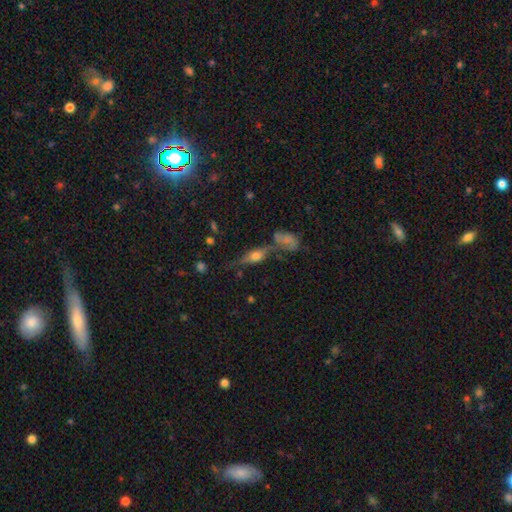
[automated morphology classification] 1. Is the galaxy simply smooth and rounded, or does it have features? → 60% featured or disk, 29% smooth, 11% star or artifact.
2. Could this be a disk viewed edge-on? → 87% yes, 13% no.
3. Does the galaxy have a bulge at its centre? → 92% rounded, 6% boxy, 2% none.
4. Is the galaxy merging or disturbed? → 61% none, 16% minor disturbance, 15% merger, 8% major disturbance.